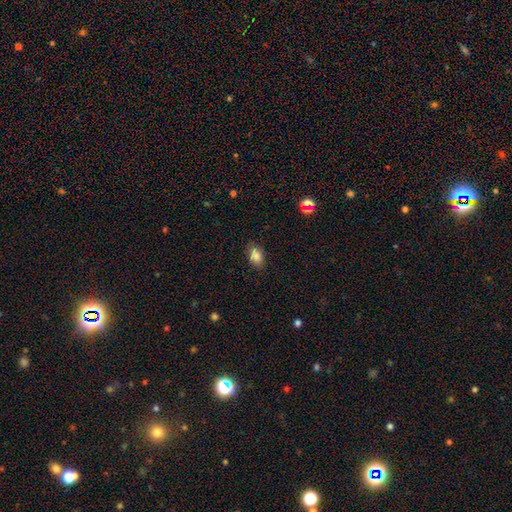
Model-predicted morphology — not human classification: type=smooth (83%); roundness=in between (87%); merging=none (83%).